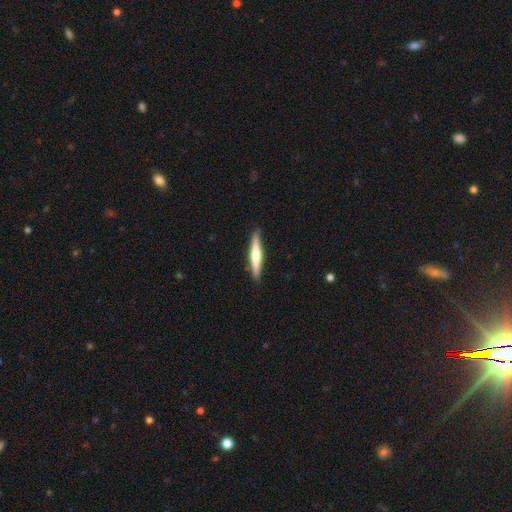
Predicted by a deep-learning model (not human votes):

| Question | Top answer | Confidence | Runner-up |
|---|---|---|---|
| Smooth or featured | featured or disk | 53% | smooth (41%) |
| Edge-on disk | yes | 97% | no (3%) |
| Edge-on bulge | rounded | 65% | boxy (18%) |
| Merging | none | 89% | minor disturbance (8%) |